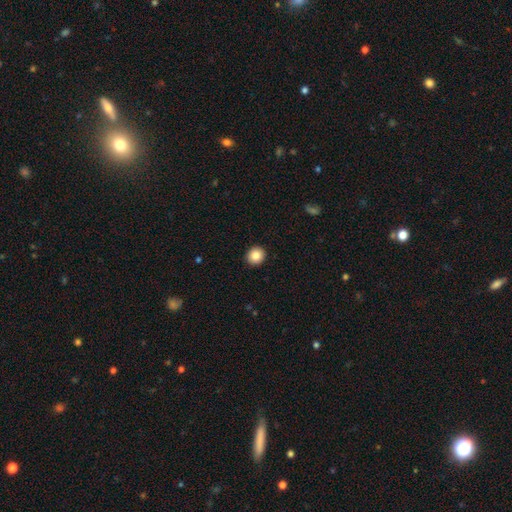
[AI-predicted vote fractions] The model was most divided on "smooth or featured": smooth: 85%, star or artifact: 9%, featured or disk: 6%. More confident: merging — none (93%); how rounded — round (89%).